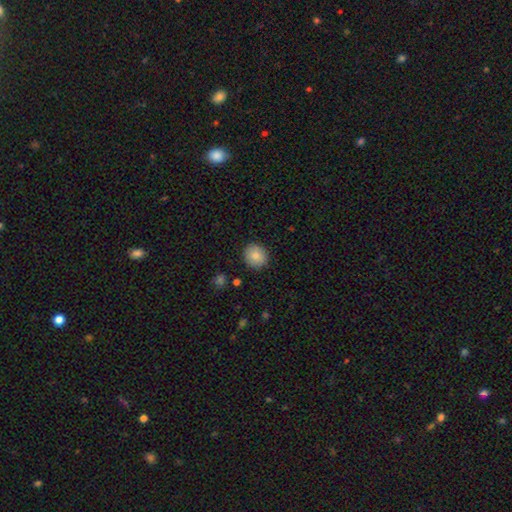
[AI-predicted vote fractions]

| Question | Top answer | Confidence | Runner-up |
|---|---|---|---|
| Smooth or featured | smooth | 85% | star or artifact (8%) |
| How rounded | round | 77% | in between (22%) |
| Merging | none | 89% | minor disturbance (8%) |